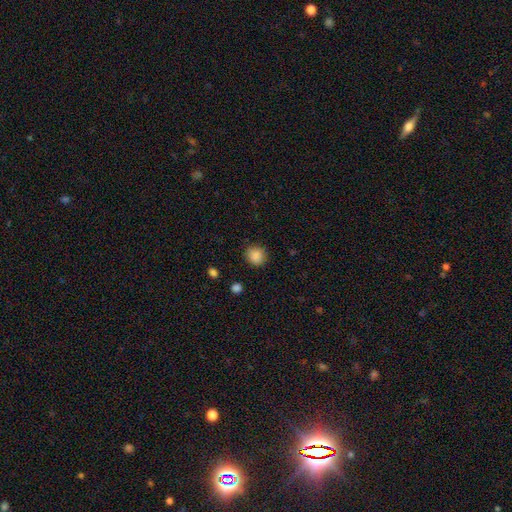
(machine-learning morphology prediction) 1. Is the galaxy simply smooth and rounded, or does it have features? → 87% smooth, 10% star or artifact, 3% featured or disk.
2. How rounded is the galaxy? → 84% round, 15% in between, 1% cigar-shaped.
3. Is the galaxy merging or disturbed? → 87% none, 9% minor disturbance, 3% major disturbance, 1% merger.